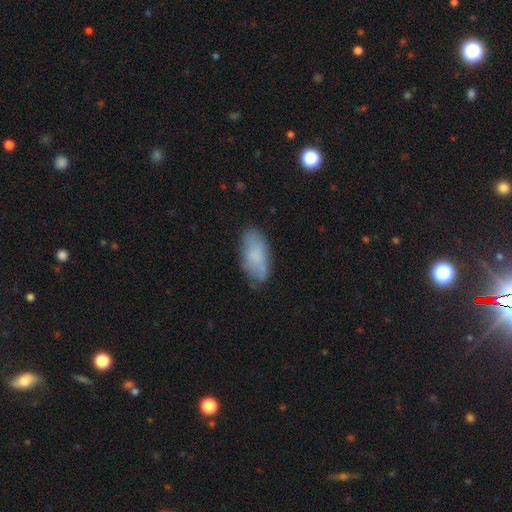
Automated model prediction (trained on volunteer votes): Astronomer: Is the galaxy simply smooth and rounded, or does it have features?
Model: smooth — 75%.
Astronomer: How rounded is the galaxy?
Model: in between — 90%.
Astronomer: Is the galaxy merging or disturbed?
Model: none — 72%.